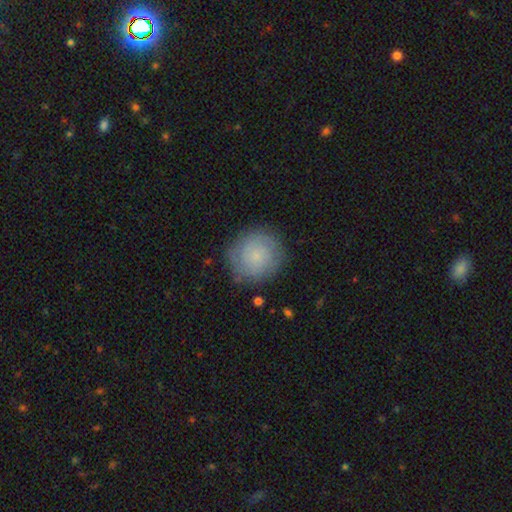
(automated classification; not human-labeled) Smooth or featured? Predicted: smooth (p=0.60). How rounded? Predicted: round (p=0.92). Merging? Predicted: none (p=0.82).